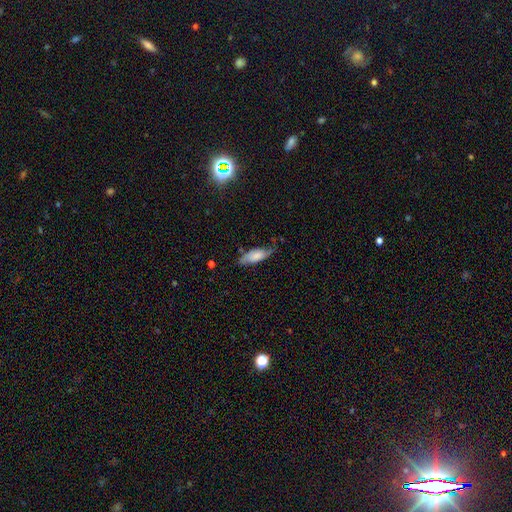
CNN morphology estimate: type=smooth (60%); roundness=in between (71%); merging=none (56%).